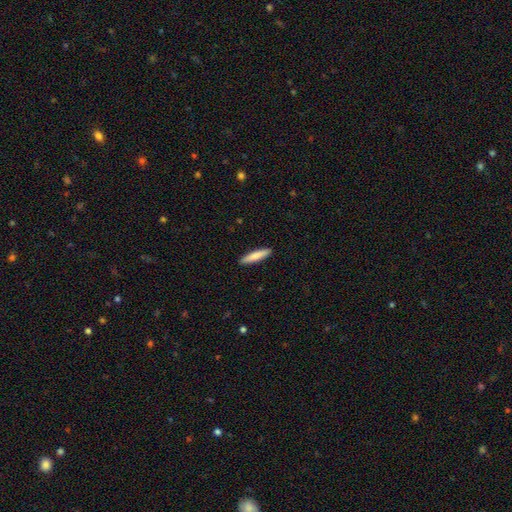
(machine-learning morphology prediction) A smooth galaxy with no disk features (80%) that is cigar-shaped (88%).

Vote fractions:
- Smooth or featured? smooth: 80% / featured or disk: 15% / star or artifact: 5%
- How rounded? cigar-shaped: 88% / in between: 11% / round: 1%
- Merging? none: 92% / minor disturbance: 6% / major disturbance: 1% / merger: 1%